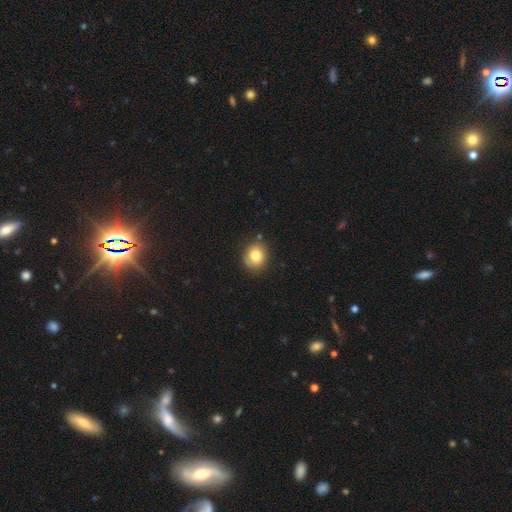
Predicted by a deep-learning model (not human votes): A smooth galaxy with no disk features (80%) that is round (71%).

Vote fractions:
- Smooth or featured? smooth: 80% / featured or disk: 10% / star or artifact: 10%
- How rounded? round: 71% / in between: 28% / cigar-shaped: 1%
- Merging? none: 80% / minor disturbance: 15% / major disturbance: 3% / merger: 3%